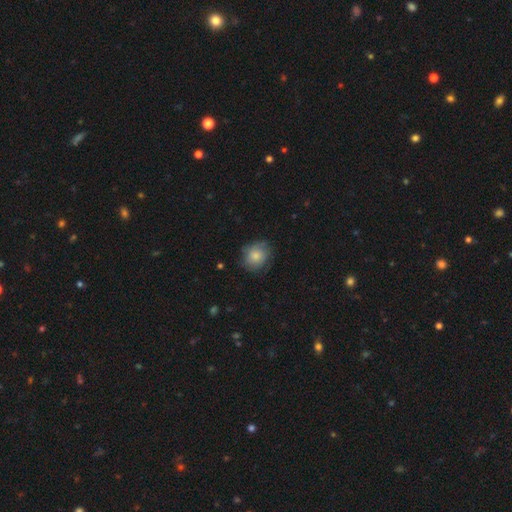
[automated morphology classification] Smooth or featured?
  - smooth: 73% *
  - featured or disk: 19%
  - star or artifact: 8%
How rounded?
  - round: 74% *
  - in between: 25%
  - cigar-shaped: 1%
Merging?
  - none: 71% *
  - minor disturbance: 22%
  - major disturbance: 6%
  - merger: 1%